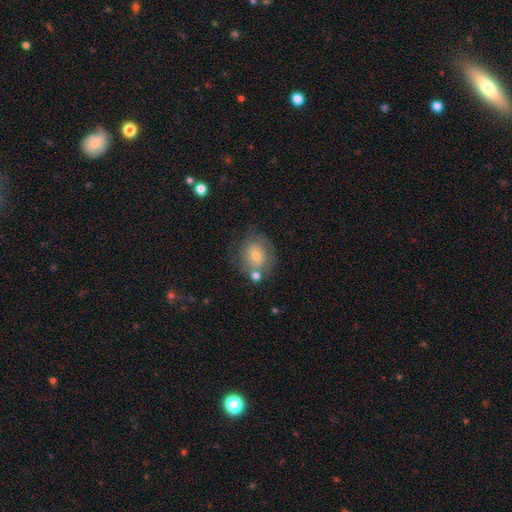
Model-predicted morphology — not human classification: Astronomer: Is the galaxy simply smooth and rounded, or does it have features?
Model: smooth — 58%.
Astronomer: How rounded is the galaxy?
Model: round — 67%.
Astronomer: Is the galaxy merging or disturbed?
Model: none — 57%.